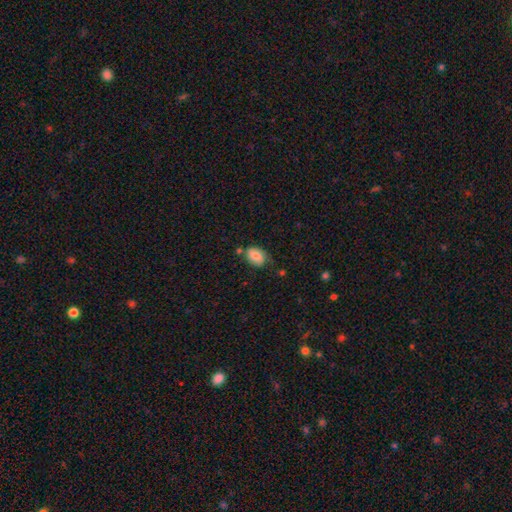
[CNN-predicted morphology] Overall: smooth (72%). How rounded: in between (79%). Merging: none (55%; minor disturbance 30%).